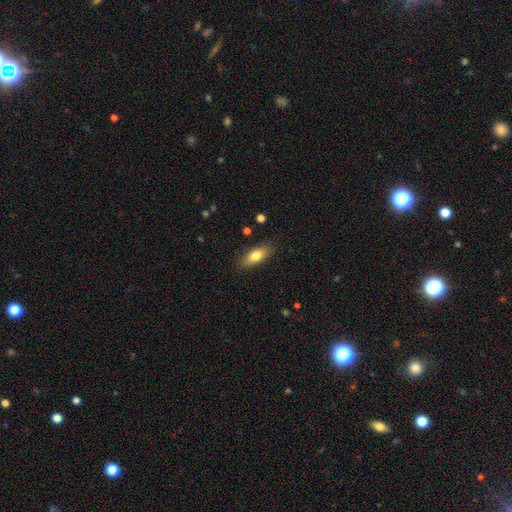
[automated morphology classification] A smooth galaxy with no disk features (79%) that is in between round and cigar-shaped (76%).

Vote fractions:
- Smooth or featured? smooth: 79% / featured or disk: 15% / star or artifact: 7%
- How rounded? in between: 76% / cigar-shaped: 21% / round: 3%
- Merging? none: 85% / minor disturbance: 11% / major disturbance: 3% / merger: 1%